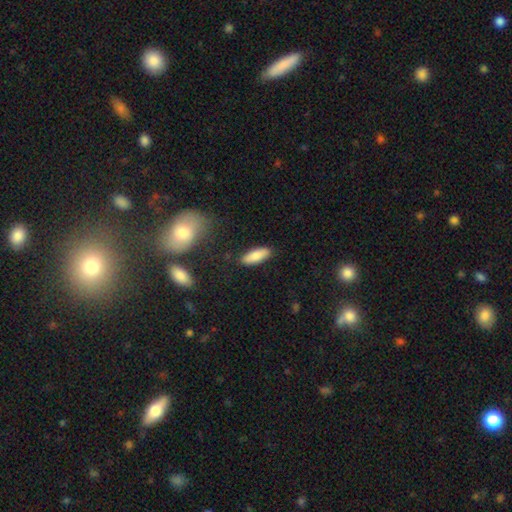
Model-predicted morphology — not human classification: Smooth or featured?
  - smooth: 83% *
  - featured or disk: 10%
  - star or artifact: 6%
How rounded?
  - in between: 65% *
  - cigar-shaped: 33%
  - round: 2%
Merging?
  - none: 86% *
  - minor disturbance: 10%
  - major disturbance: 2%
  - merger: 2%